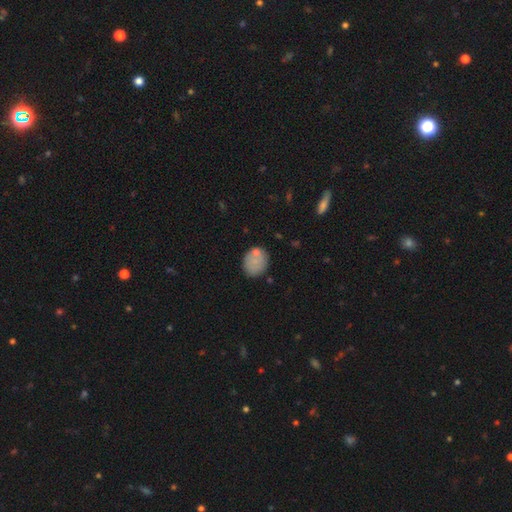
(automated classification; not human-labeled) A smooth galaxy with no disk features (77%) that is round (56%).

Vote fractions:
- Smooth or featured? smooth: 77% / featured or disk: 15% / star or artifact: 9%
- How rounded? round: 56% / in between: 43% / cigar-shaped: 1%
- Merging? none: 66% / minor disturbance: 18% / merger: 10% / major disturbance: 6%